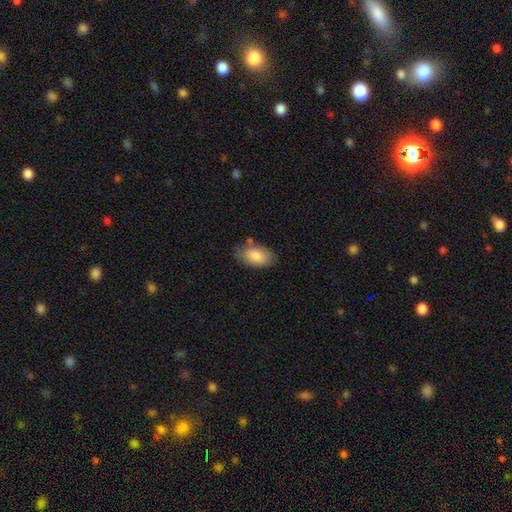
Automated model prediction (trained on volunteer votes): smooth 84%, featured or disk 9%, star or artifact 6%. Down the decision tree: how rounded — in between (93%); merging — none (74%).